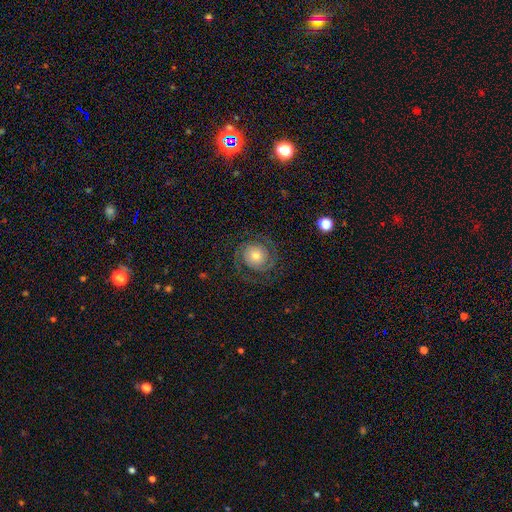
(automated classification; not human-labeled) A featured or disk galaxy (75%) with no bar (79%), 2 (82%) tight (49%) spiral arms (94%) and a moderate central bulge (47%). Merging: none (78%).